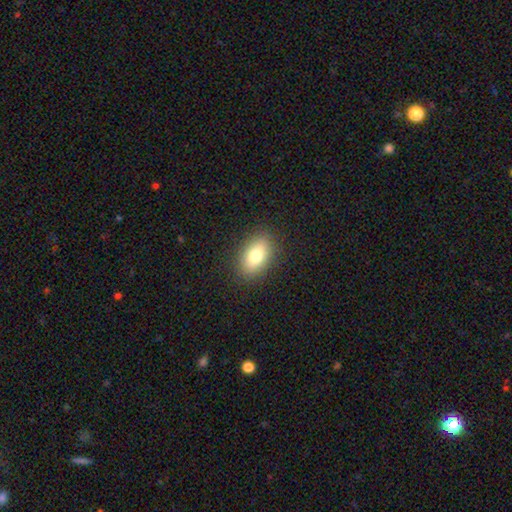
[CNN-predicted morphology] type=smooth (80%); roundness=in between (88%); merging=none (88%).